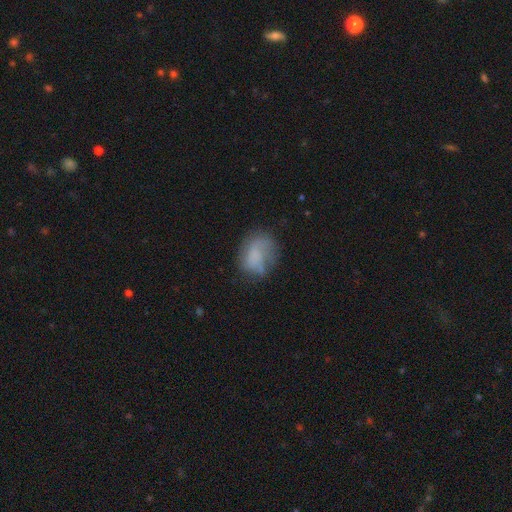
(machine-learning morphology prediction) Overall: smooth (58%; featured or disk 31%). How rounded: in between (59%; round 40%). Merging: none (49%; minor disturbance 27%).